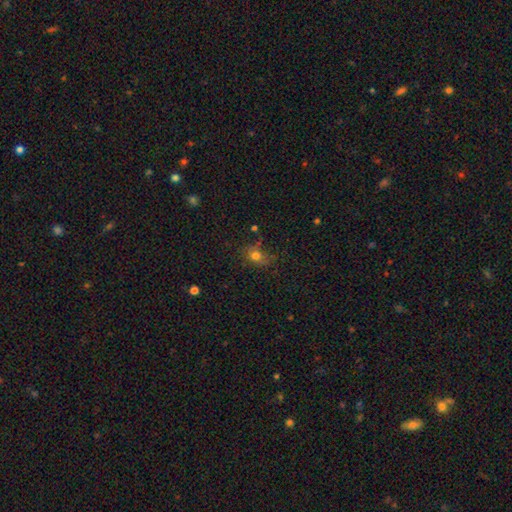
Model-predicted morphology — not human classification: A smooth galaxy with no disk features (72%) that is in between round and cigar-shaped (58%). Merging: none (61%).